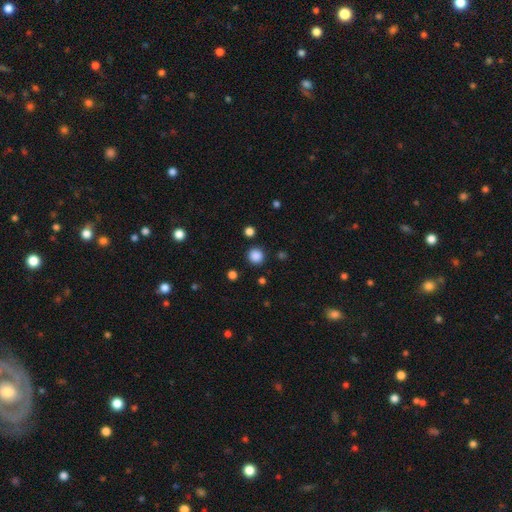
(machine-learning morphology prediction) Smooth or featured? Predicted: smooth (p=0.85). How rounded? Predicted: round (p=0.92). Merging? Predicted: none (p=0.89).